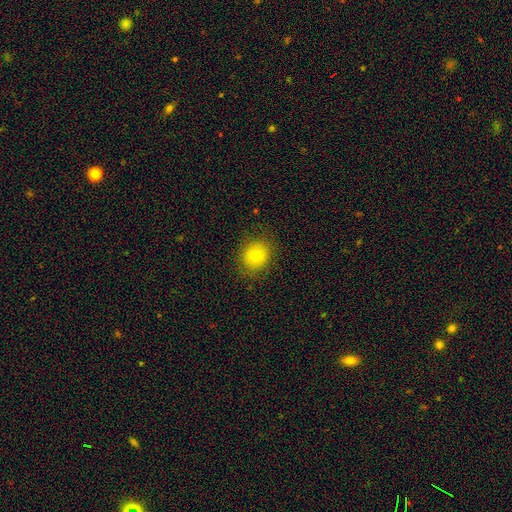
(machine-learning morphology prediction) A smooth galaxy with no disk features (77%) that is round (73%). Merging: none (85%).